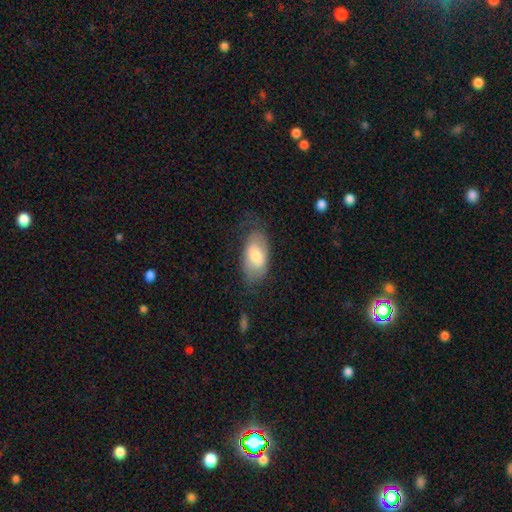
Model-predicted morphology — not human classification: This is likely a smooth galaxy (66%). How rounded: clearly in between (93%). Merging: possibly none (56%).